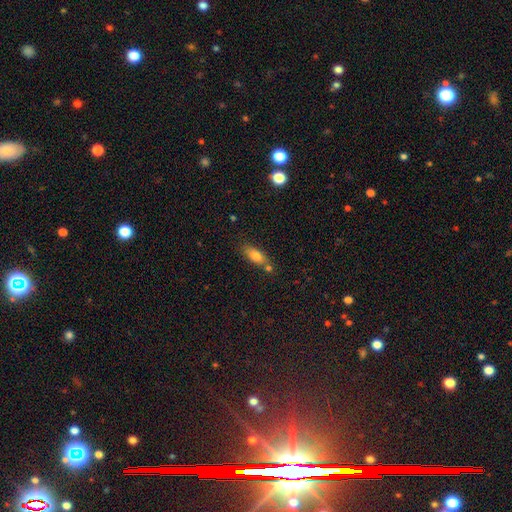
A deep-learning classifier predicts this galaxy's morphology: A smooth galaxy with no disk features (76%) that is in between round and cigar-shaped (74%).

Vote fractions:
- Smooth or featured? smooth: 76% / featured or disk: 15% / star or artifact: 9%
- How rounded? in between: 74% / cigar-shaped: 21% / round: 4%
- Merging? none: 62% / merger: 18% / minor disturbance: 16% / major disturbance: 4%